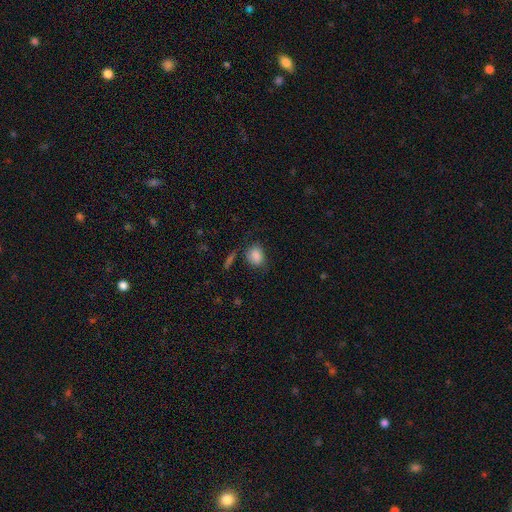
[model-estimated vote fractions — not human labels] Smooth or featured? smooth (85%)
How rounded? in between (52%)
Merging? none (69%)